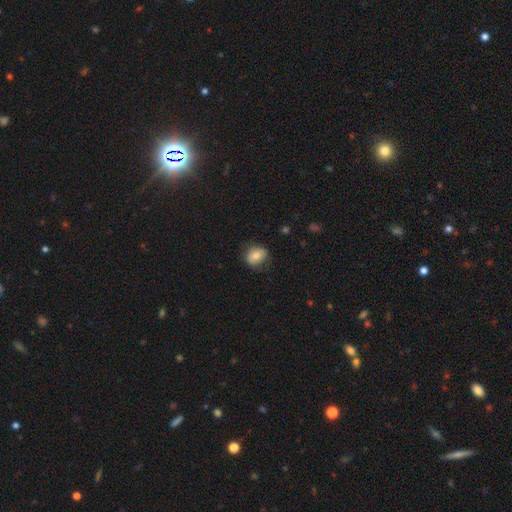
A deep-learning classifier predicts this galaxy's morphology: A smooth galaxy with no disk features (76%) that is round (59%).

Vote fractions:
- Smooth or featured? smooth: 76% / featured or disk: 15% / star or artifact: 9%
- How rounded? round: 59% / in between: 40% / cigar-shaped: 1%
- Merging? none: 77% / minor disturbance: 17% / major disturbance: 5% / merger: 1%